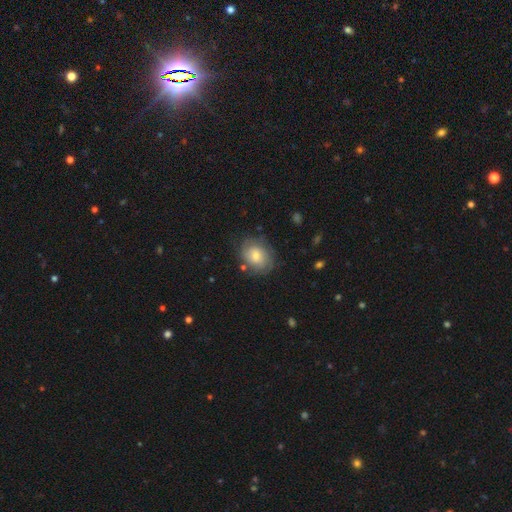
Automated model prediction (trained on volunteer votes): This is possibly a smooth galaxy (54%). How rounded: possibly in between (50%). Merging: likely none (72%).